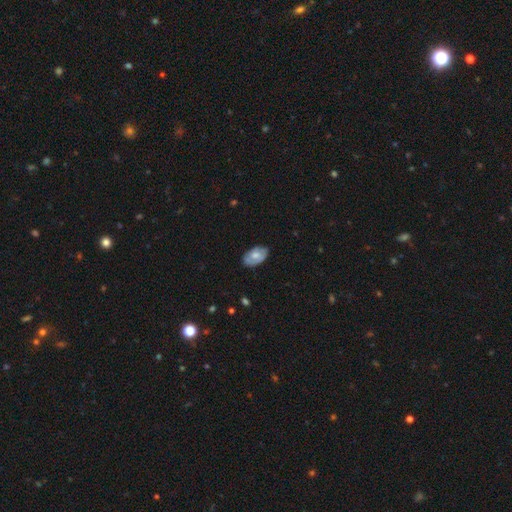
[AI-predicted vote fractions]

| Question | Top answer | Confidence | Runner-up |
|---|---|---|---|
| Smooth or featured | smooth | 60% | featured or disk (33%) |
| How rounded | in between | 93% | round (6%) |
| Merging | none | 78% | minor disturbance (18%) |